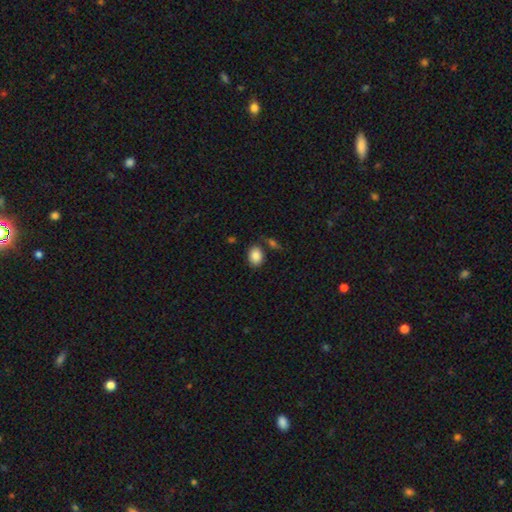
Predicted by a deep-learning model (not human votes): smooth 86%, star or artifact 8%, featured or disk 6%. Down the decision tree: how rounded — in between (68%); merging — none (75%).